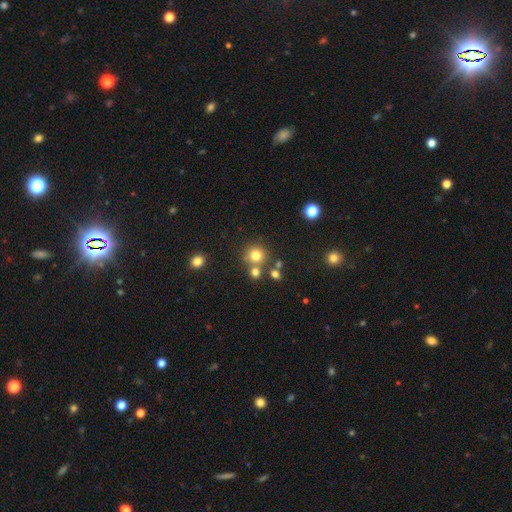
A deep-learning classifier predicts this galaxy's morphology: The model was most divided on "merging": none: 68%, merger: 19%, minor disturbance: 9%, major disturbance: 4%. More confident: how rounded — round (89%); smooth or featured — smooth (77%).